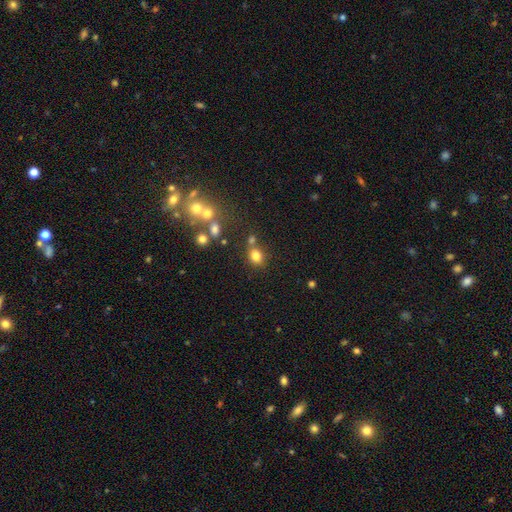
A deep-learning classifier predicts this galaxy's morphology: Smooth or featured? Predicted: smooth (p=0.78). How rounded? Predicted: round (p=0.58). Merging? Predicted: none (p=0.64).